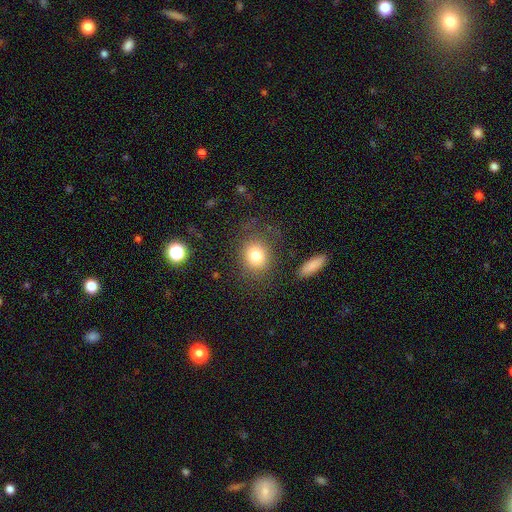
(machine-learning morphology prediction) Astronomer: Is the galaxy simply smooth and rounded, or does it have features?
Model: smooth — 80%.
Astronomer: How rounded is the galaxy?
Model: round — 63%.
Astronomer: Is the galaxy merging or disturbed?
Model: none — 77%.